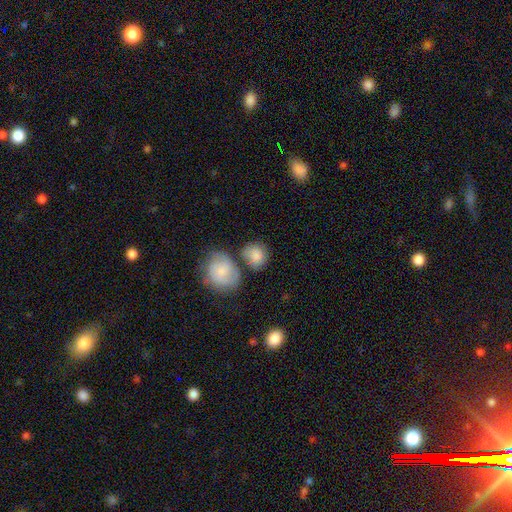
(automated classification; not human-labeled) This appears to be a smooth galaxy with no disk features (81%) that is round (69%). Merging: none (49%).